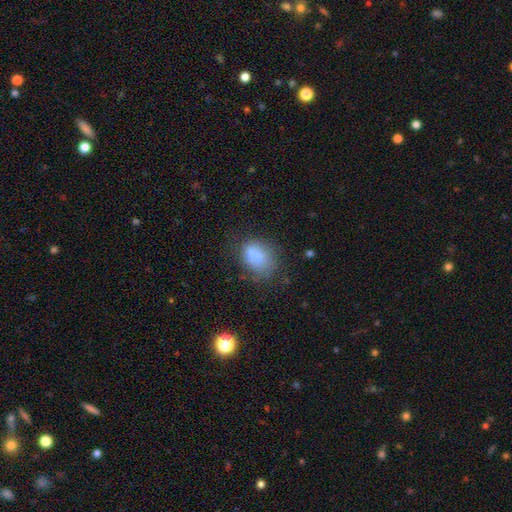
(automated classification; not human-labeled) Smooth or featured: smooth — 71% (featured or disk — 17%)
How rounded: in between — 62% (round — 37%)
Merging: none — 50% (minor disturbance — 23%)